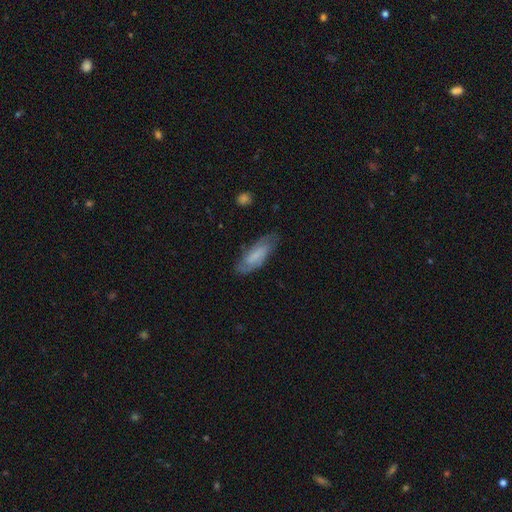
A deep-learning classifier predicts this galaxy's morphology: A smooth galaxy with no disk features (49%).

Vote fractions:
- Smooth or featured? smooth: 49% / featured or disk: 44% / star or artifact: 7%
- Merging? none: 73% / minor disturbance: 20% / major disturbance: 6% / merger: 1%